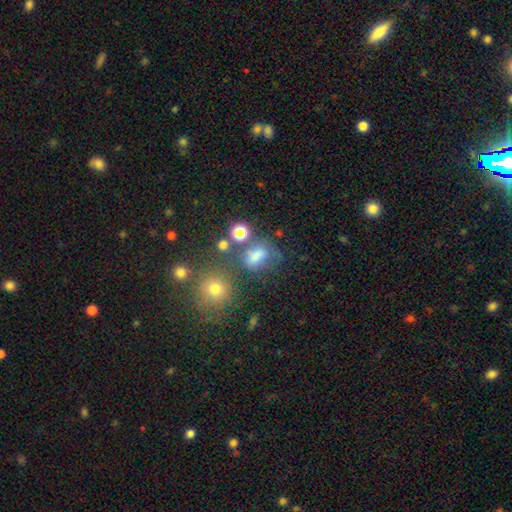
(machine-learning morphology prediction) Smooth or featured?
  - smooth: 61% *
  - star or artifact: 25%
  - featured or disk: 15%
How rounded?
  - in between: 60% *
  - round: 37%
  - cigar-shaped: 3%
Merging?
  - none: 51% *
  - minor disturbance: 19%
  - merger: 16%
  - major disturbance: 14%